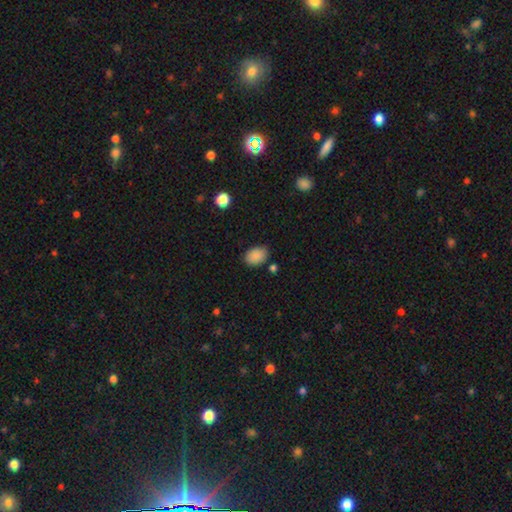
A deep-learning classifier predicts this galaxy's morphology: Smooth or featured?
  - smooth: 88% *
  - star or artifact: 8%
  - featured or disk: 4%
How rounded?
  - in between: 78% *
  - round: 21%
  - cigar-shaped: 1%
Merging?
  - none: 80% *
  - minor disturbance: 14%
  - major disturbance: 3%
  - merger: 3%